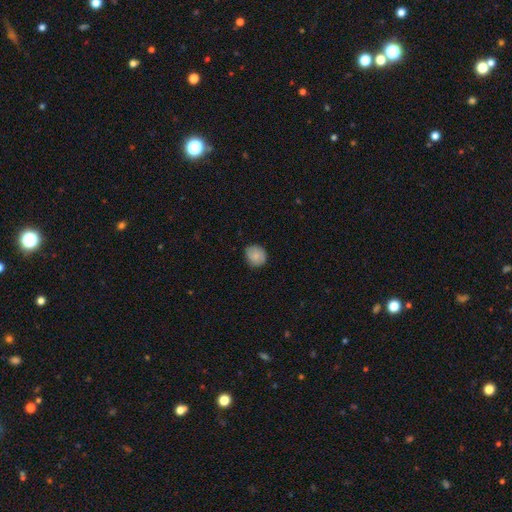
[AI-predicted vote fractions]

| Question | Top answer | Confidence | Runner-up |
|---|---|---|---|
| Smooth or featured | smooth | 77% | featured or disk (15%) |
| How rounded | round | 80% | in between (19%) |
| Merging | none | 81% | minor disturbance (15%) |